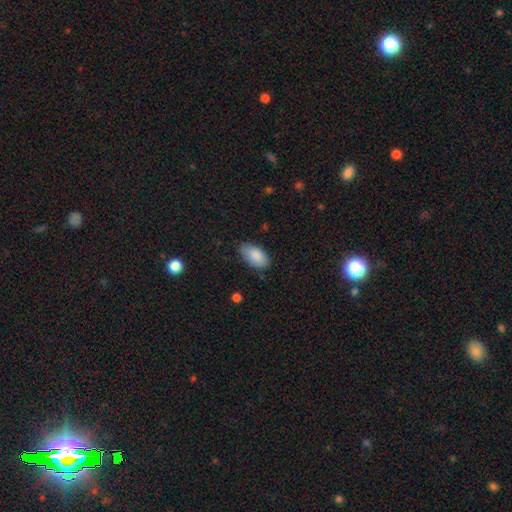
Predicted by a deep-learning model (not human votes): smooth_or_featured: smooth (p=0.88) [alt: star or artifact p=0.06]
how_rounded: in between (p=0.95) [alt: round p=0.03]
merging: none (p=0.79) [alt: minor disturbance p=0.17]